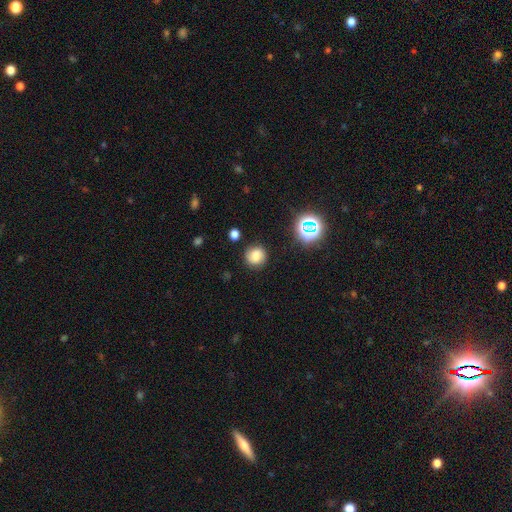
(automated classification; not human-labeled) Smooth or featured? Predicted: smooth (p=0.70). How rounded? Predicted: round (p=0.88). Merging? Predicted: none (p=0.84).